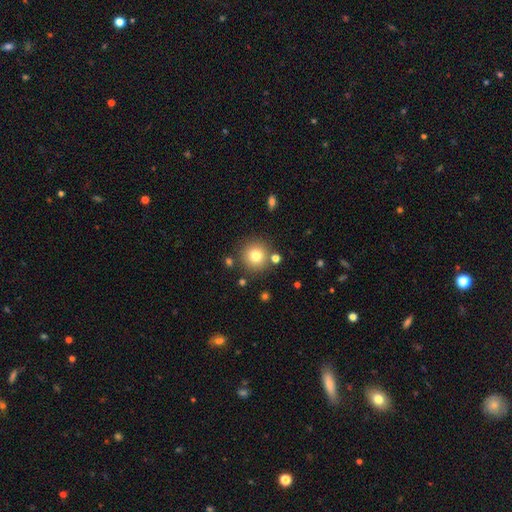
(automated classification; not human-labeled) A smooth galaxy with no disk features (77%) that is round (95%). Merging: none (84%).